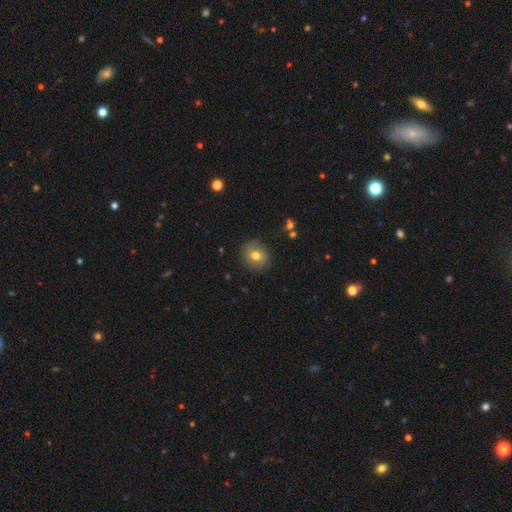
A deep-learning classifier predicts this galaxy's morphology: This is likely a smooth galaxy (69%). How rounded: clearly round (80%). Merging: clearly none (85%).